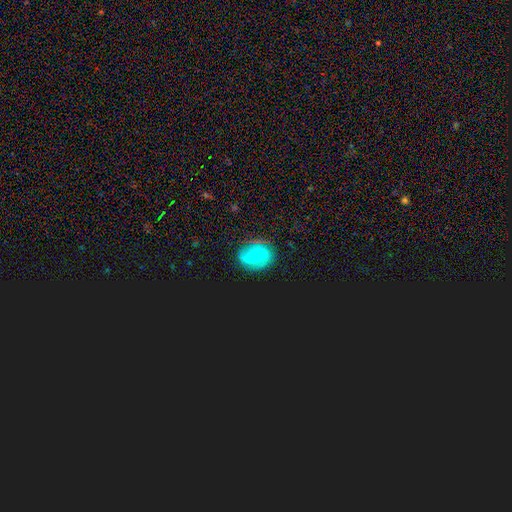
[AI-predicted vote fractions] Overall: featured or disk (68%). Edge-on disk: no (97%). Bar: no (40%; weak 38%). Spiral arms: yes (90%). Spiral arm count: 2 (84%). Spiral winding: medium (46%; tight 32%). Bulge size: small (52%; moderate 43%). Merging: none (81%).